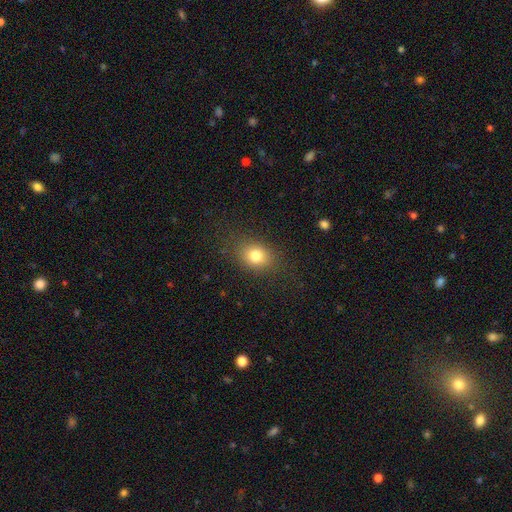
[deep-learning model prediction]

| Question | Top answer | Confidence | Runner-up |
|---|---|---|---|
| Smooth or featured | smooth | 78% | star or artifact (12%) |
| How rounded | in between | 56% | round (42%) |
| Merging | none | 83% | minor disturbance (11%) |